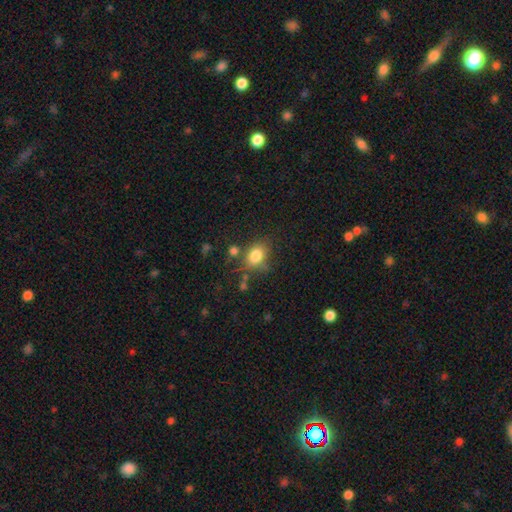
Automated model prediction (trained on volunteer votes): A smooth galaxy with no disk features (81%) that is in between round and cigar-shaped (60%).

Vote fractions:
- Smooth or featured? smooth: 81% / star or artifact: 11% / featured or disk: 8%
- How rounded? in between: 60% / round: 39% / cigar-shaped: 1%
- Merging? none: 62% / minor disturbance: 20% / merger: 10% / major disturbance: 8%